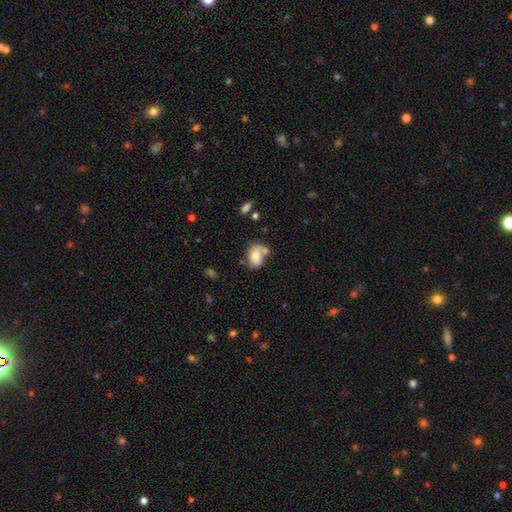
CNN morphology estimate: Smooth or featured? Predicted: smooth (p=0.71). How rounded? Predicted: in between (p=0.73). Merging? Predicted: none (p=0.39).